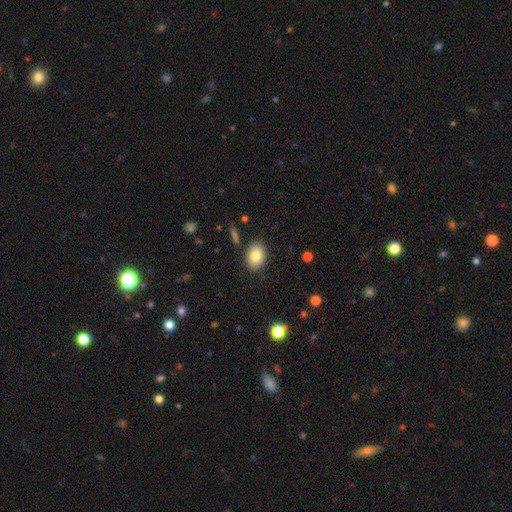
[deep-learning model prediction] This is clearly a smooth galaxy (83%). How rounded: likely in between (79%). Merging: clearly none (86%).